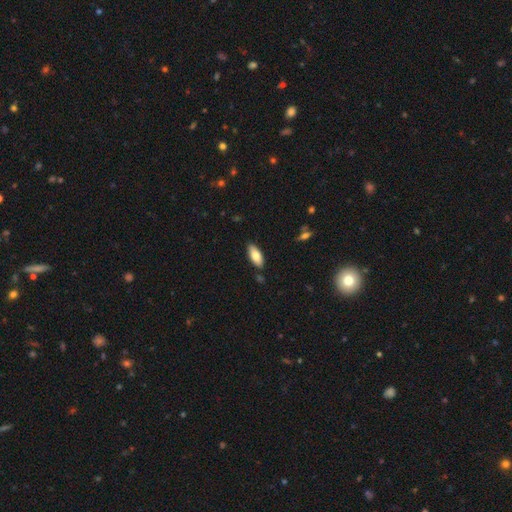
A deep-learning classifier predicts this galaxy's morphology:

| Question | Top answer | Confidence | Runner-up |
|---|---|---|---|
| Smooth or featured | smooth | 78% | featured or disk (16%) |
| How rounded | in between | 83% | cigar-shaped (15%) |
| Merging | none | 85% | minor disturbance (11%) |